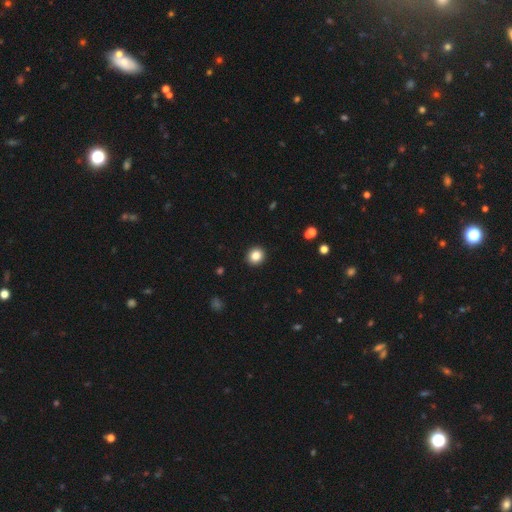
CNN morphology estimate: Smooth or featured?
  - smooth: 85% *
  - star or artifact: 10%
  - featured or disk: 5%
How rounded?
  - round: 89% *
  - in between: 10%
  - cigar-shaped: 1%
Merging?
  - none: 93% *
  - minor disturbance: 5%
  - major disturbance: 2%
  - merger: 1%